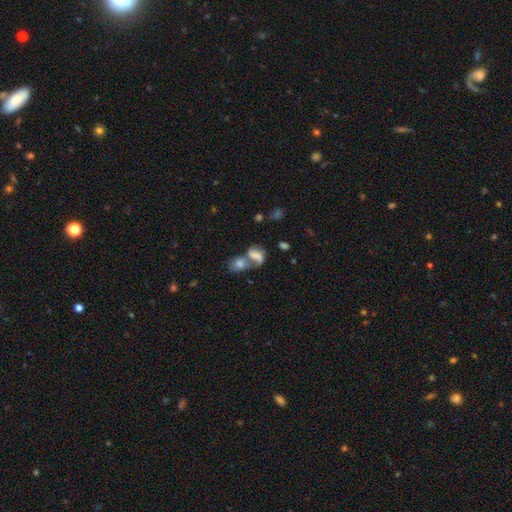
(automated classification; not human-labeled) Q: Smooth or featured?
A: smooth (55%); runner-up: featured or disk (33%)
Q: How rounded?
A: in between (75%); runner-up: round (22%)
Q: Merging?
A: merger (62%); runner-up: none (19%)